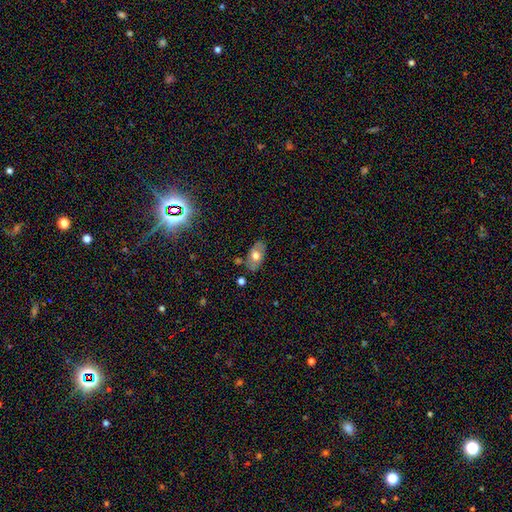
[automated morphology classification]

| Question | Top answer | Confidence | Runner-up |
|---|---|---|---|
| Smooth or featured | smooth | 59% | featured or disk (33%) |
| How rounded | in between | 92% | round (6%) |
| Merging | none | 76% | minor disturbance (16%) |